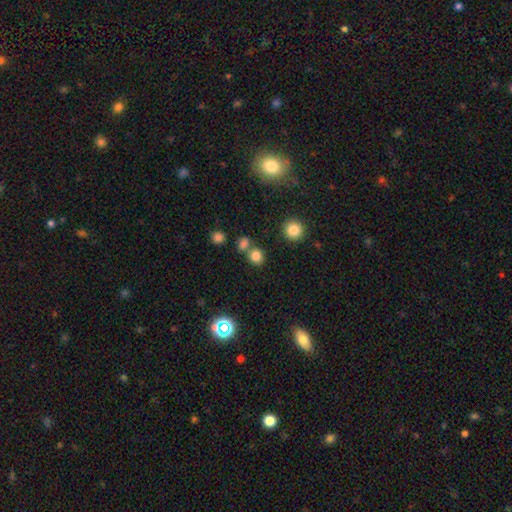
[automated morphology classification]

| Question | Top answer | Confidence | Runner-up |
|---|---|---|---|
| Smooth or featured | smooth | 78% | star or artifact (16%) |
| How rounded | round | 84% | in between (15%) |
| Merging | none | 67% | merger (22%) |